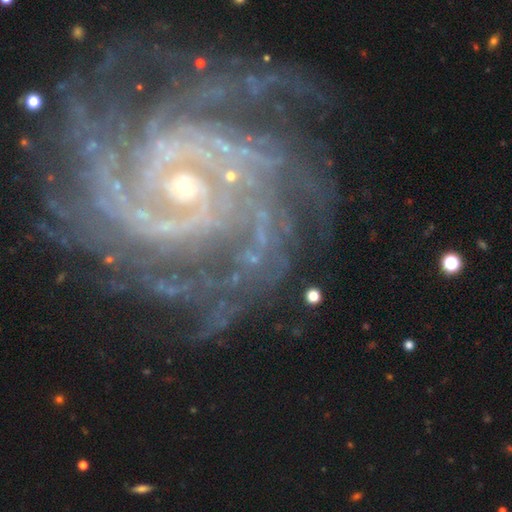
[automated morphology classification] A featured or disk galaxy (85%) with no bar (54%), tight (68%) spiral arms (96%) and a small central bulge (64%). Merging: none (67%).